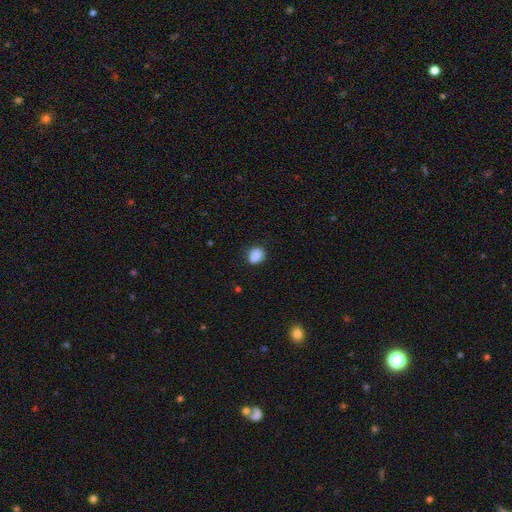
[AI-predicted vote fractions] This is clearly a smooth galaxy (87%). How rounded: possibly in between (53%). Merging: likely none (78%).